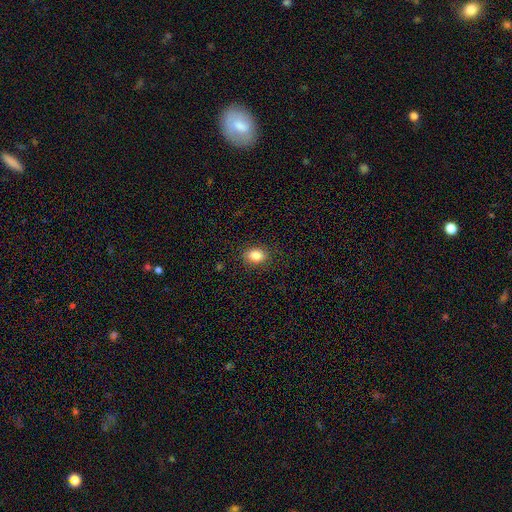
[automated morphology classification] Smooth or featured?
  - smooth: 84% *
  - star or artifact: 9%
  - featured or disk: 6%
How rounded?
  - in between: 67% *
  - round: 32%
  - cigar-shaped: 1%
Merging?
  - none: 86% *
  - minor disturbance: 10%
  - major disturbance: 3%
  - merger: 1%